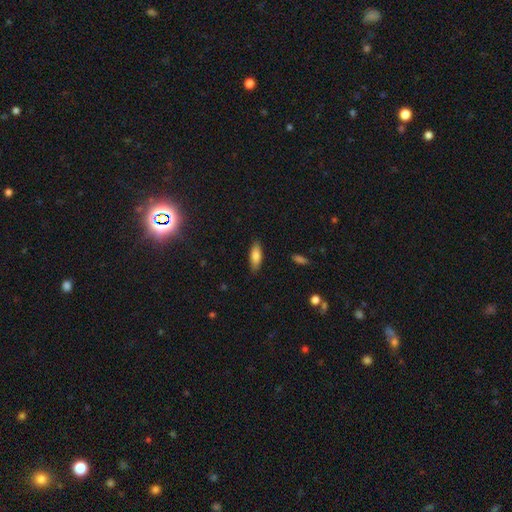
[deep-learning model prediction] smooth 80%, featured or disk 13%, star or artifact 7%. Down the decision tree: how rounded — in between (67%); merging — none (85%).